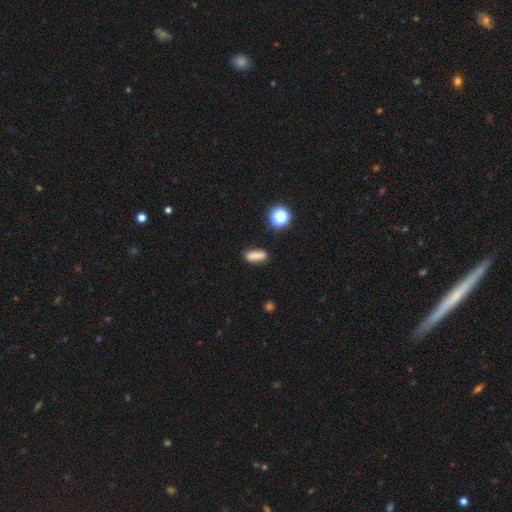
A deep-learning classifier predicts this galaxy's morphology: This appears to be a smooth galaxy with no disk features (79%) that is in between round and cigar-shaped (62%). Merging: none (80%).